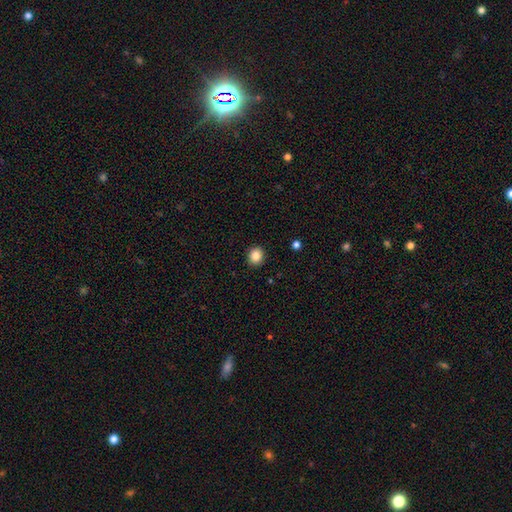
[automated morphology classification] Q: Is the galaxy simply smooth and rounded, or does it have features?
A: smooth — 86%.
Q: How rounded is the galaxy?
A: round — 76%.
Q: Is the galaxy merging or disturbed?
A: none — 92%.